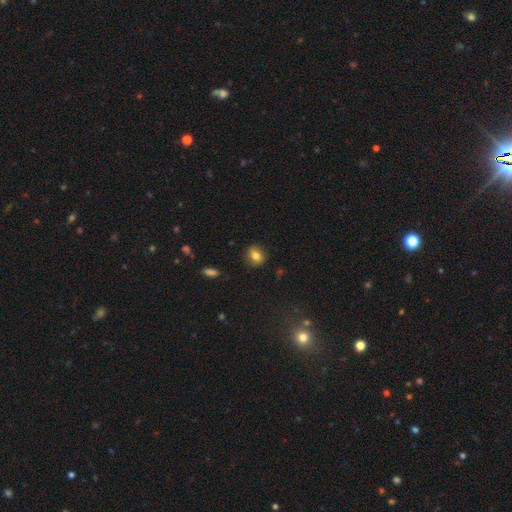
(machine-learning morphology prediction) A smooth galaxy with no disk features (75%) that is round (62%). Merging: none (85%).